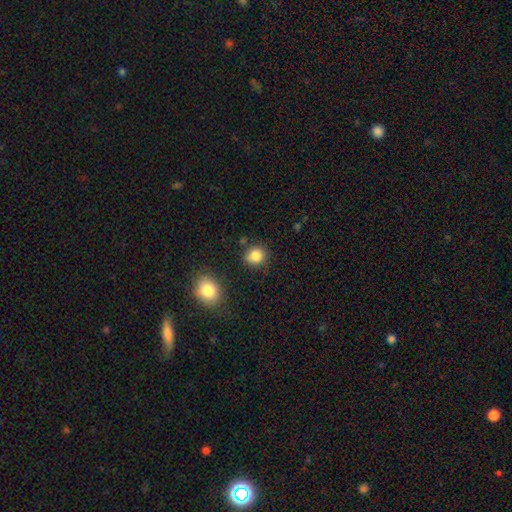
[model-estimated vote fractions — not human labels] Smooth or featured: smooth — 85% (star or artifact — 10%)
How rounded: round — 81% (in between — 18%)
Merging: none — 80% (minor disturbance — 13%)